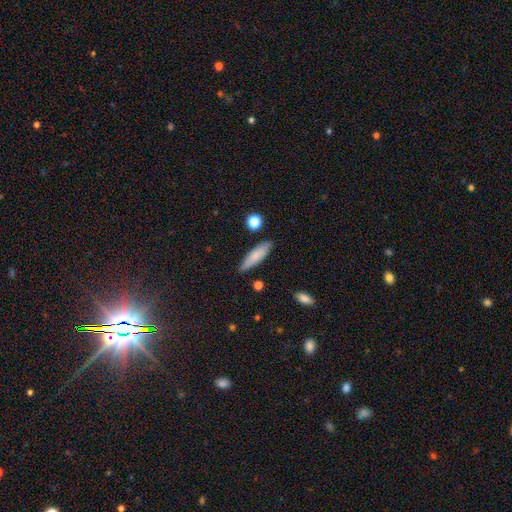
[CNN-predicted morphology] Q: Smooth or featured?
A: smooth (78%); runner-up: featured or disk (16%)
Q: How rounded?
A: cigar-shaped (67%); runner-up: in between (32%)
Q: Merging?
A: none (84%); runner-up: minor disturbance (11%)